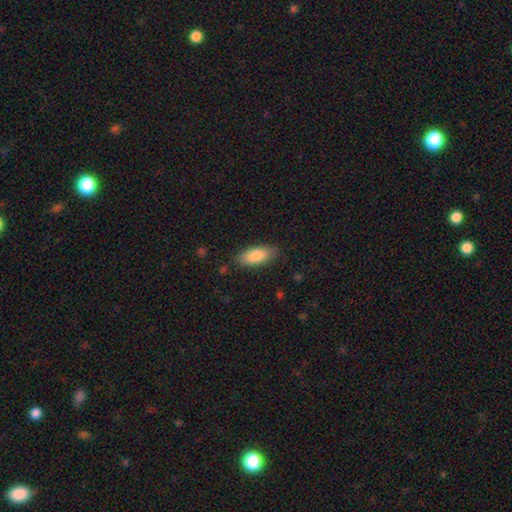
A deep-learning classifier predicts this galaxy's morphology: Smooth or featured? Predicted: smooth (p=0.85). How rounded? Predicted: in between (p=0.82). Merging? Predicted: none (p=0.84).